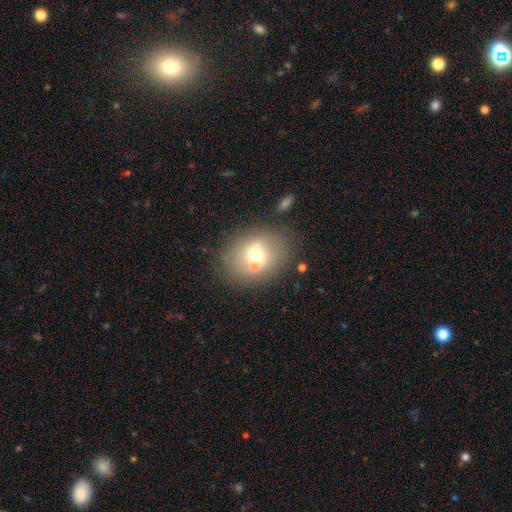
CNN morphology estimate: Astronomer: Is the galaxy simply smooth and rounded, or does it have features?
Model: smooth — 60%.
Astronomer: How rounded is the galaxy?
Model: round — 53% (runner-up: in between, 46%).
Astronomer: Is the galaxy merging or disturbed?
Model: none — 63%.